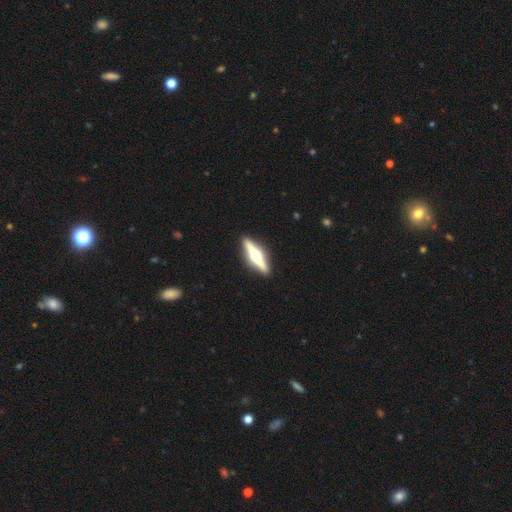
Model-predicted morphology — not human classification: Smooth or featured? featured or disk (77%)
Edge-on disk? yes (98%)
Edge-on bulge? rounded (95%)
Merging? none (92%)